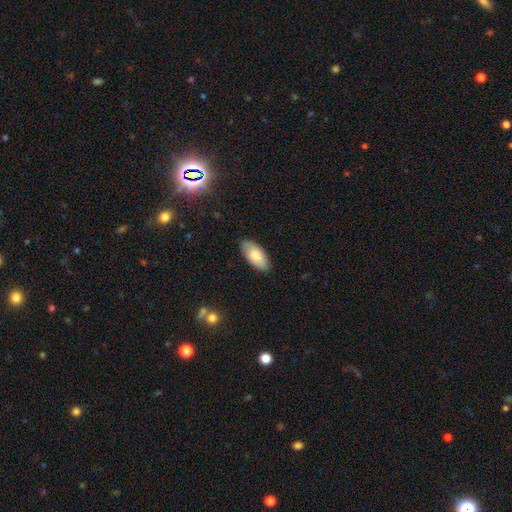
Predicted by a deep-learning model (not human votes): smooth 76%, featured or disk 18%, star or artifact 6%. Down the decision tree: how rounded — in between (92%); merging — none (84%).